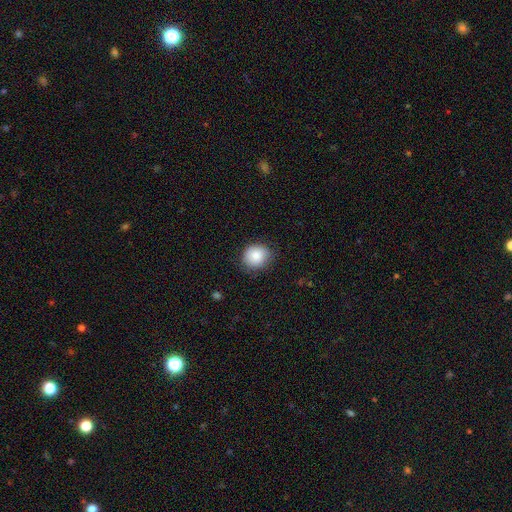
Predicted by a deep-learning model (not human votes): smooth-or-featured: smooth: 86% | star or artifact: 8% | featured or disk: 6%
  how-rounded: round: 77% | in between: 23% | cigar-shaped: 1%
  merging: none: 81% | minor disturbance: 15% | major disturbance: 3% | merger: 1%